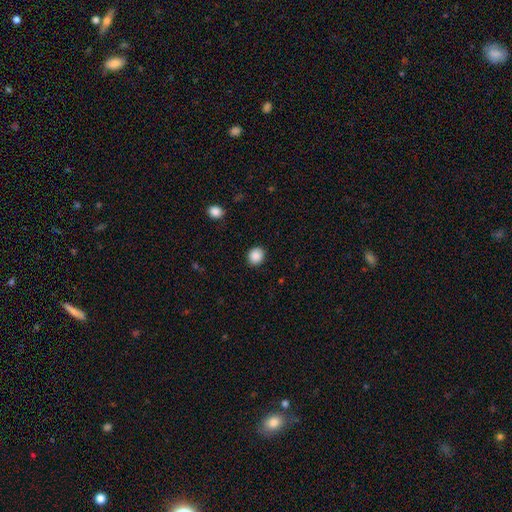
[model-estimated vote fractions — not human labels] Smooth or featured?
  - smooth: 88% *
  - star or artifact: 9%
  - featured or disk: 3%
How rounded?
  - round: 75% *
  - in between: 24%
  - cigar-shaped: 1%
Merging?
  - none: 90% *
  - minor disturbance: 7%
  - major disturbance: 2%
  - merger: 1%